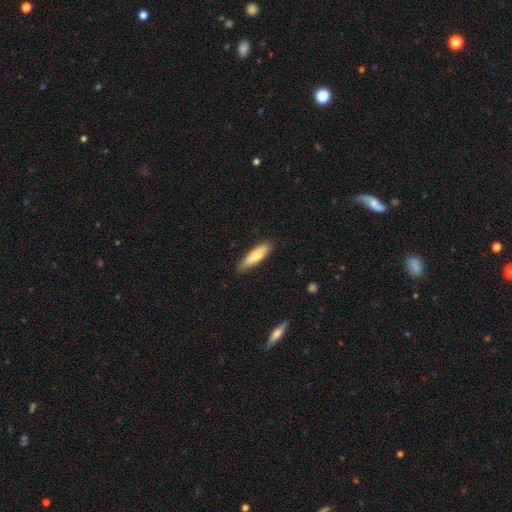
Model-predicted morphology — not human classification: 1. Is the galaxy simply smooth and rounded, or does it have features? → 76% smooth, 18% featured or disk, 5% star or artifact.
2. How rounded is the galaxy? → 61% cigar-shaped, 37% in between, 2% round.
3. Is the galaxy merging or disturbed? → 84% none, 13% minor disturbance, 2% major disturbance, 1% merger.